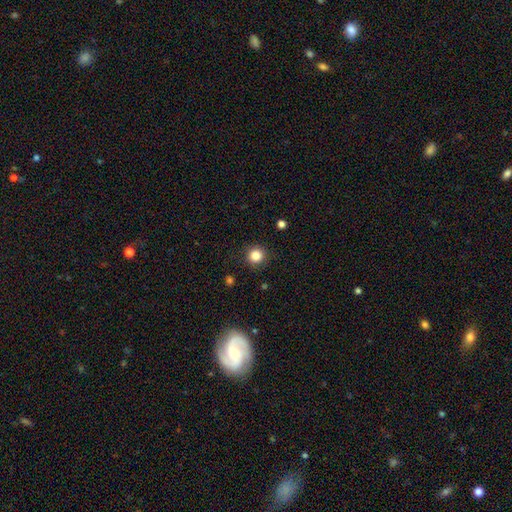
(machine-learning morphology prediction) A smooth galaxy with no disk features (84%) that is round (93%).

Vote fractions:
- Smooth or featured? smooth: 84% / star or artifact: 11% / featured or disk: 4%
- How rounded? round: 93% / in between: 6% / cigar-shaped: 1%
- Merging? none: 91% / minor disturbance: 6% / major disturbance: 2% / merger: 1%